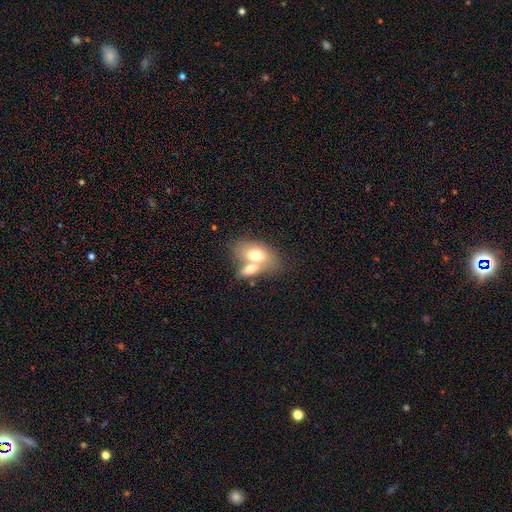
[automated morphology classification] This is likely a smooth galaxy (69%). How rounded: clearly in between (85%). Merging: likely merger (60%).